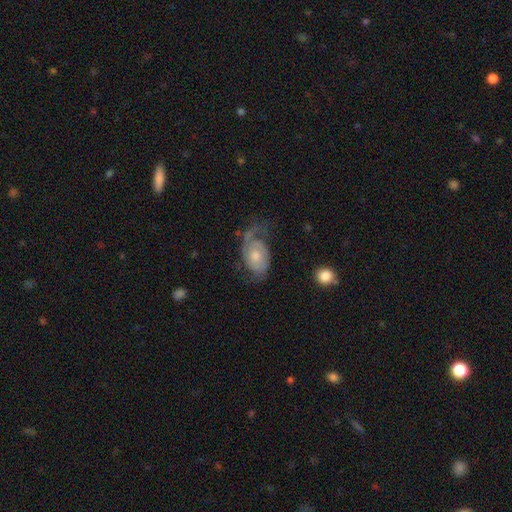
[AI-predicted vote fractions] smooth_or_featured: featured or disk (p=0.74) [alt: smooth p=0.21]
disk_edge_on: no (p=0.96) [alt: yes p=0.04]
bar: no (p=0.74) [alt: weak p=0.23]
has_spiral_arms: yes (p=0.89) [alt: no p=0.11]
spiral_winding: tight (p=0.38) [alt: medium p=0.37]
spiral_arm_count: 2 (p=0.42) [alt: 1 p=0.40]
bulge_size: moderate (p=0.58) [alt: small p=0.29]
merging: none (p=0.43) [alt: major disturbance p=0.30]